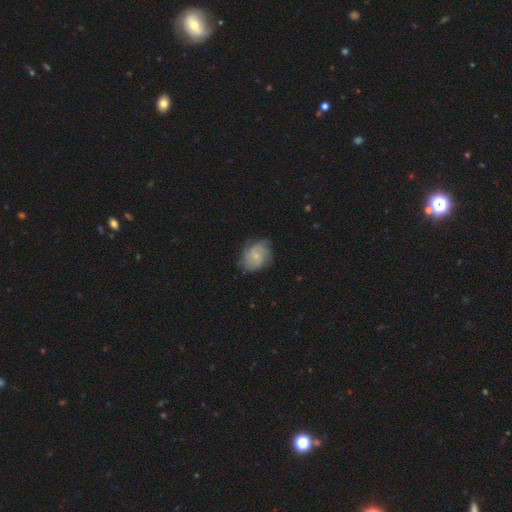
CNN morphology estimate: A featured or disk galaxy (62%) with no bar (76%), 2 (34%) tight (50%) spiral arms (89%) and a small central bulge (76%). Merging: none (69%).